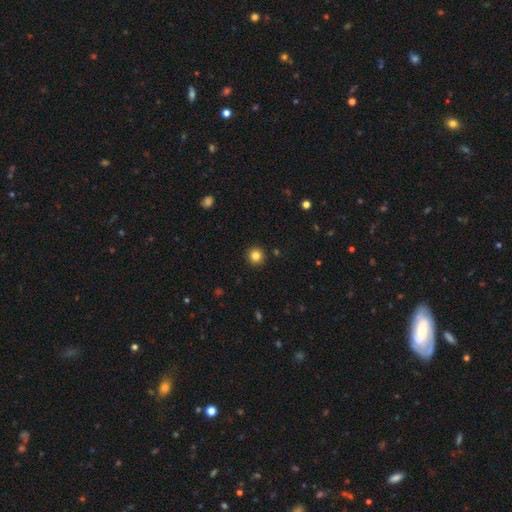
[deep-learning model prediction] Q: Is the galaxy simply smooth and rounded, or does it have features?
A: smooth — 83%.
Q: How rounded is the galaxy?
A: round — 95%.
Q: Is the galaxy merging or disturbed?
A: none — 92%.